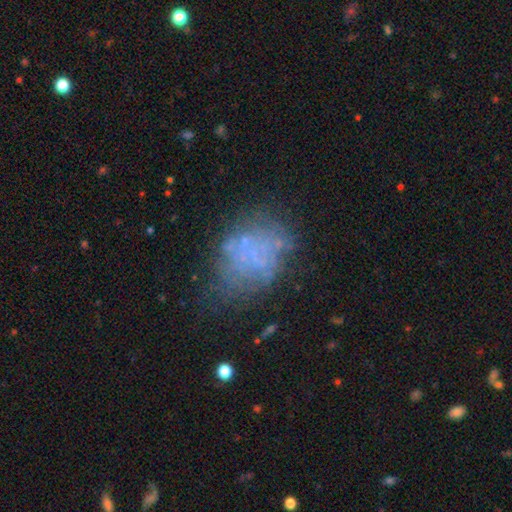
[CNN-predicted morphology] This is possibly a featured or disk galaxy (47%). Merging: possibly none (52%).